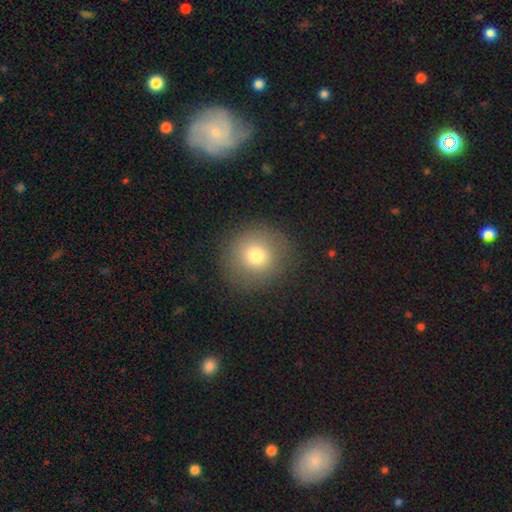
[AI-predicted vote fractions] Smooth or featured? Predicted: smooth (p=0.75). How rounded? Predicted: round (p=0.91). Merging? Predicted: none (p=0.86).